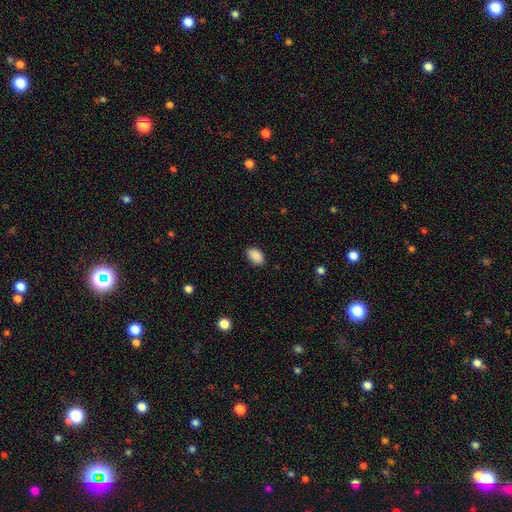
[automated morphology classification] Smooth or featured? smooth (90%)
How rounded? in between (90%)
Merging? none (87%)